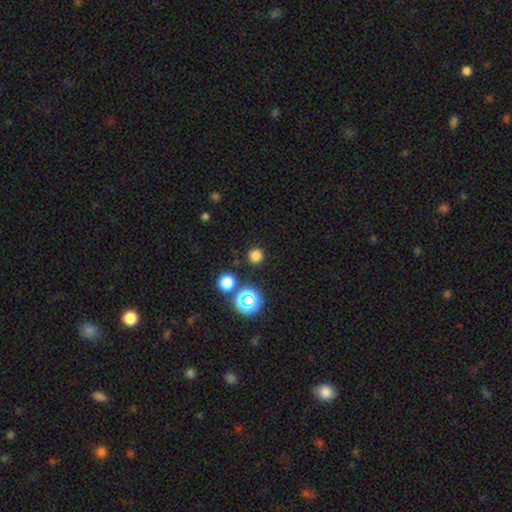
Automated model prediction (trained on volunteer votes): Smooth or featured? smooth (76%)
How rounded? round (94%)
Merging? none (88%)